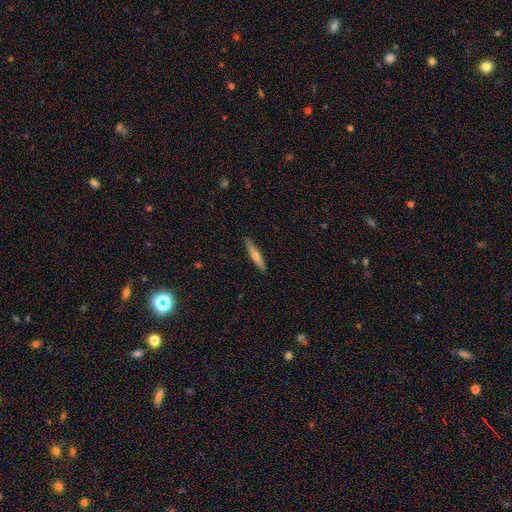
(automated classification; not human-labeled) Smooth or featured? Predicted: smooth (p=0.49). Merging? Predicted: none (p=0.90).